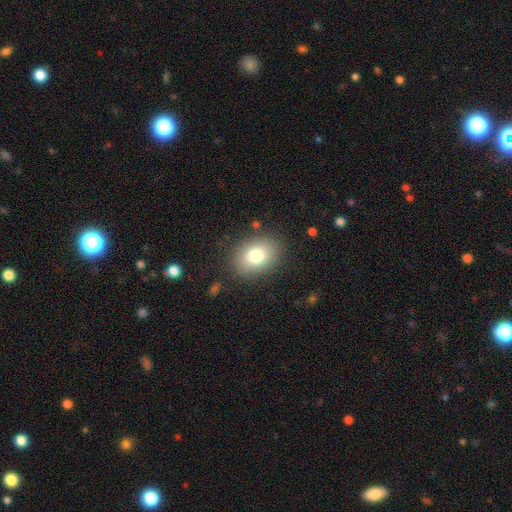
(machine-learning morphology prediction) A smooth galaxy with no disk features (79%) that is in between round and cigar-shaped (64%).

Vote fractions:
- Smooth or featured? smooth: 79% / featured or disk: 11% / star or artifact: 10%
- How rounded? in between: 64% / round: 36% / cigar-shaped: 1%
- Merging? none: 84% / minor disturbance: 10% / major disturbance: 4% / merger: 2%